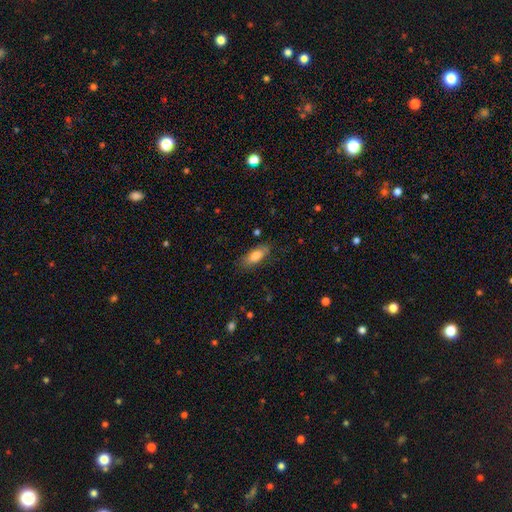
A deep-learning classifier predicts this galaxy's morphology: Overall: smooth (76%). How rounded: in between (78%). Merging: none (75%).